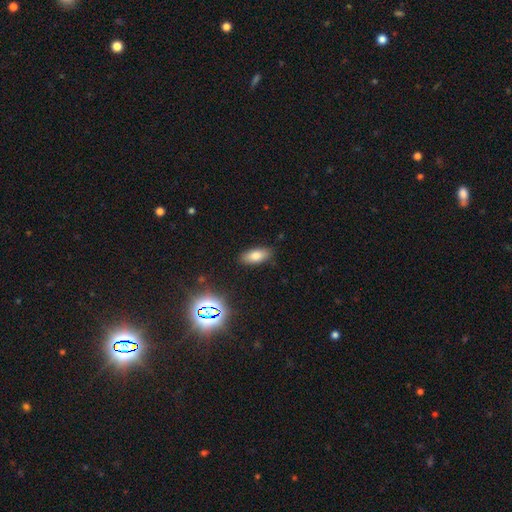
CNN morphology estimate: Overall: smooth (77%). How rounded: in between (86%). Merging: none (86%).